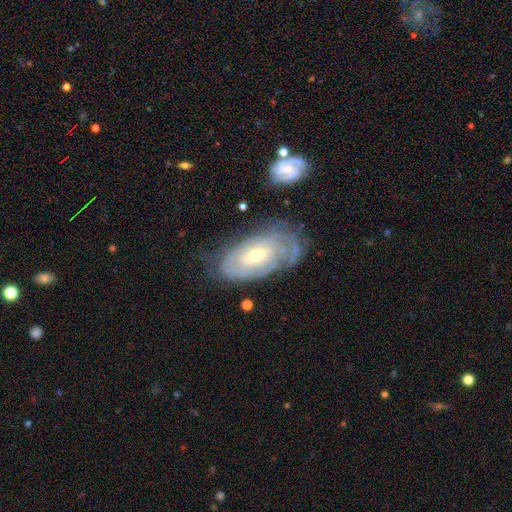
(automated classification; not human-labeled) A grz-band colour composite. It shows a featured or disk galaxy (76%) with no bar (53%), tight (76%) spiral arms (85%) and a moderate central bulge (48%, tied with small). Merging: none (63%).